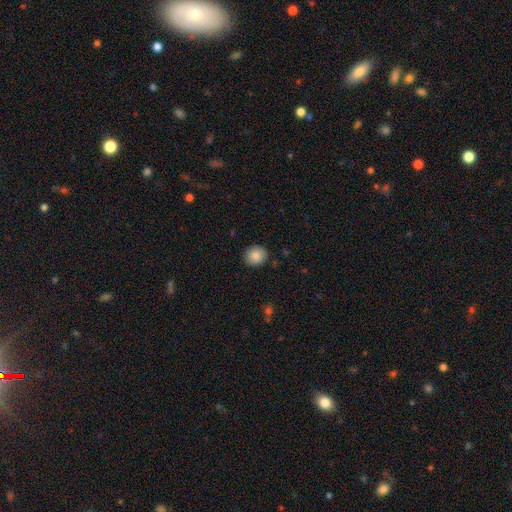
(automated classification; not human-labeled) A smooth galaxy with no disk features (86%) that is round (77%).

Vote fractions:
- Smooth or featured? smooth: 86% / star or artifact: 8% / featured or disk: 6%
- How rounded? round: 77% / in between: 22% / cigar-shaped: 1%
- Merging? none: 89% / minor disturbance: 8% / major disturbance: 2% / merger: 1%